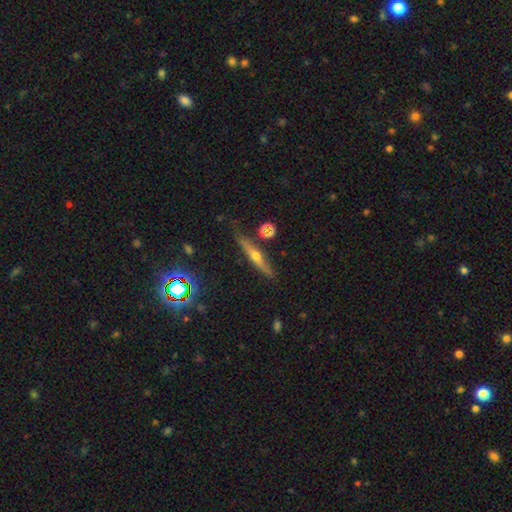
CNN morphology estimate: type=featured or disk (59%); edge-on=yes (93%); edge-on bulge=rounded (88%); merging=none (77%).